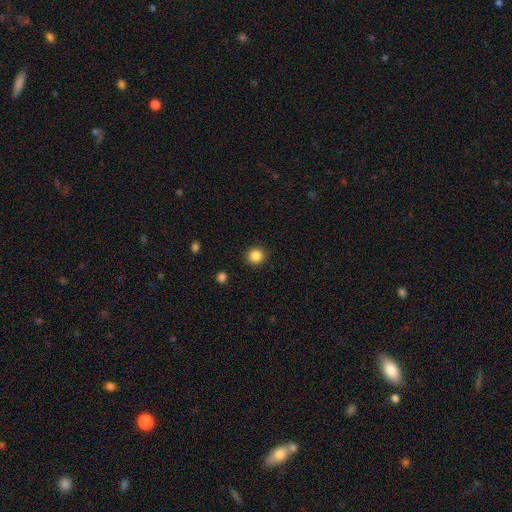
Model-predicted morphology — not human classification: A smooth galaxy with no disk features (86%) that is round (91%). Merging: none (91%).